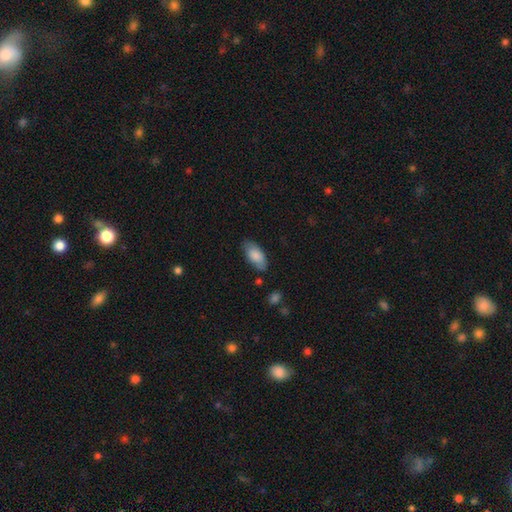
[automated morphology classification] This is clearly a smooth galaxy (83%). How rounded: clearly in between (90%). Merging: likely none (76%).